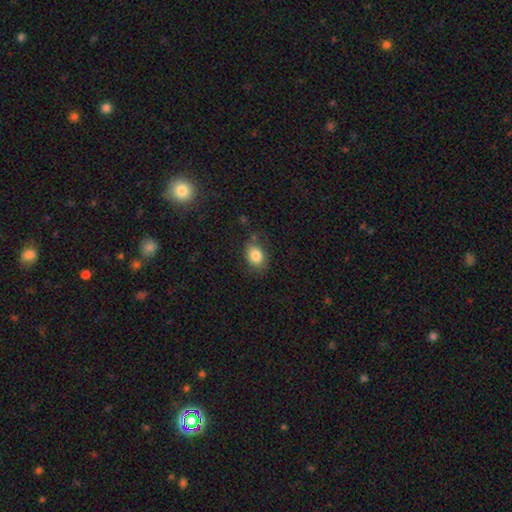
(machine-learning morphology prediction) Q: Smooth or featured?
A: smooth (83%); runner-up: star or artifact (9%)
Q: How rounded?
A: in between (69%); runner-up: round (30%)
Q: Merging?
A: none (71%); runner-up: minor disturbance (20%)